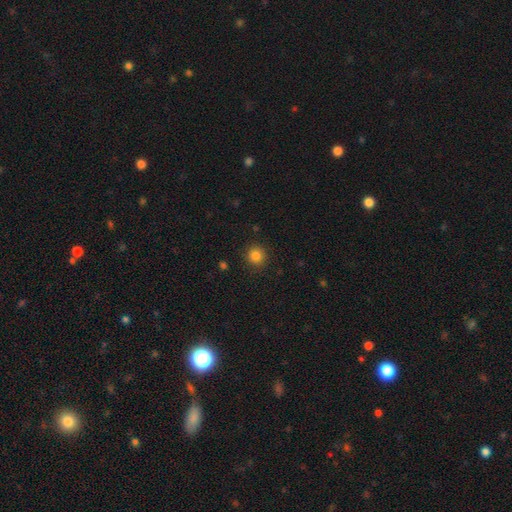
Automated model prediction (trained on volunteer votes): This appears to be a smooth galaxy with no disk features (84%) that is round (94%). Merging: none (91%).